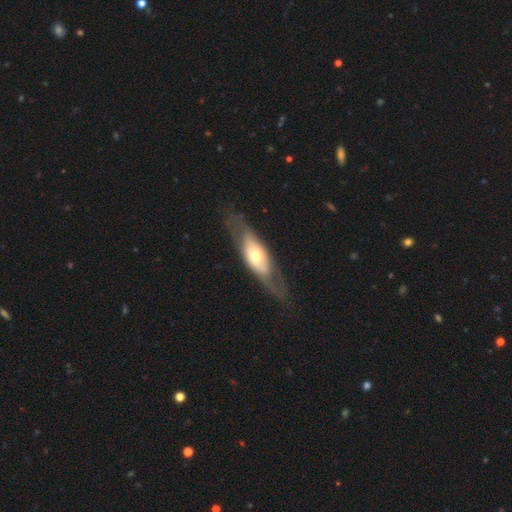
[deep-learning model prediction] A featured or disk galaxy (59%). Merging: none (67%).